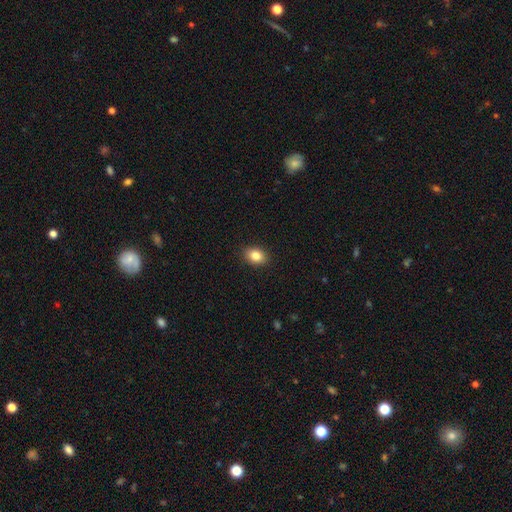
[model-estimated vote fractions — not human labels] Smooth or featured: smooth — 85% (star or artifact — 9%)
How rounded: in between — 67% (round — 32%)
Merging: none — 90% (minor disturbance — 7%)